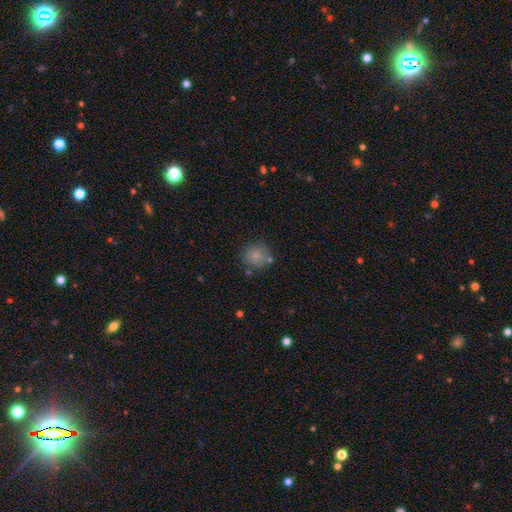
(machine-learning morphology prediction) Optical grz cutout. It shows a smooth galaxy with no disk features (82%) that is round (91%). Merging: none (76%).